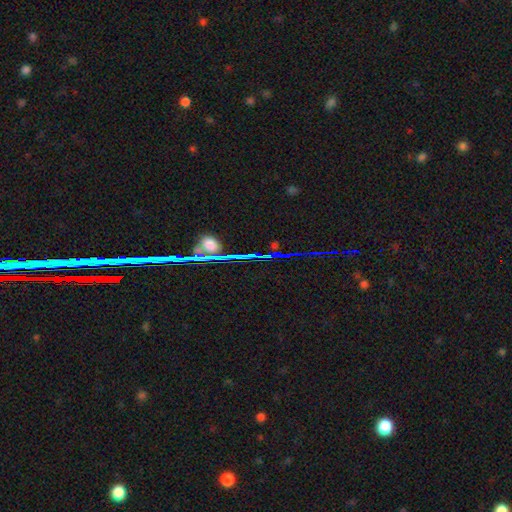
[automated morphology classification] The model was most divided on "smooth or featured": star or artifact: 78%, featured or disk: 11%, smooth: 11%.